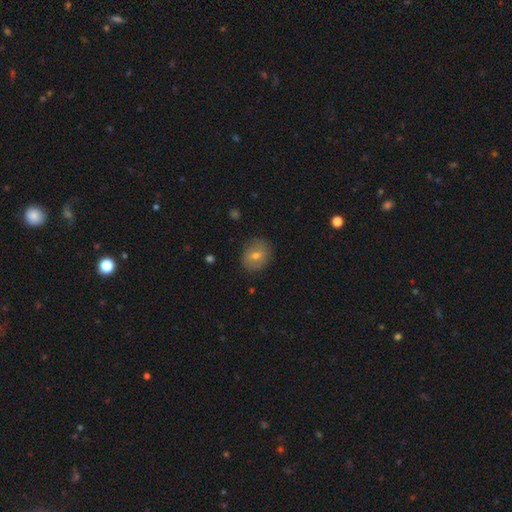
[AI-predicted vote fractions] The model was most divided on "how rounded": round: 63%, in between: 36%, cigar-shaped: 1%. More confident: merging — none (85%); smooth or featured — smooth (61%).